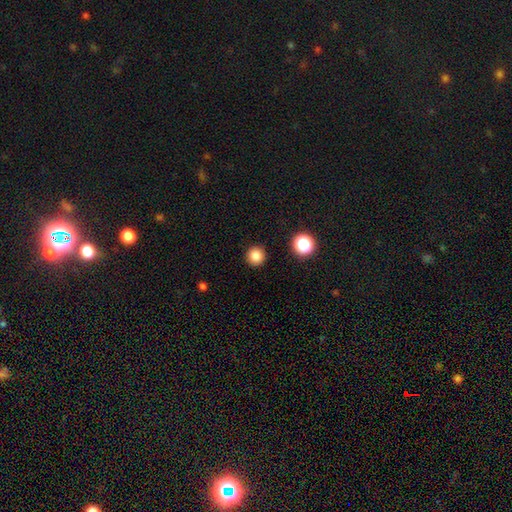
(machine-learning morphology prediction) Smooth or featured? Predicted: smooth (p=0.84). How rounded? Predicted: round (p=0.95). Merging? Predicted: none (p=0.92).